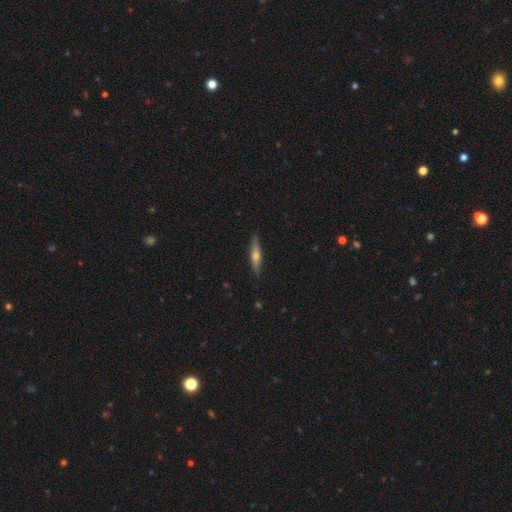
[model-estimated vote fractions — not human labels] Smooth or featured? Predicted: featured or disk (p=0.50). Edge-on disk? Predicted: yes (p=0.92). Merging? Predicted: none (p=0.87).